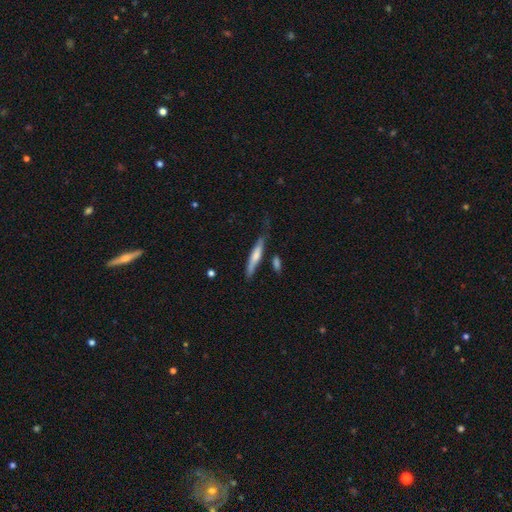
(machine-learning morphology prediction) A smooth galaxy with no disk features (60%) that is cigar-shaped (88%).

Vote fractions:
- Smooth or featured? smooth: 60% / featured or disk: 35% / star or artifact: 5%
- How rounded? cigar-shaped: 88% / in between: 10% / round: 2%
- Merging? none: 63% / minor disturbance: 24% / major disturbance: 7% / merger: 6%